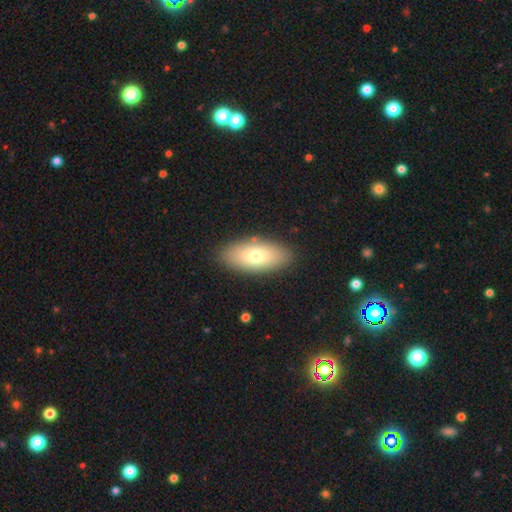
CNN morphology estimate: Overall: smooth (72%). How rounded: in between (88%). Merging: none (87%).